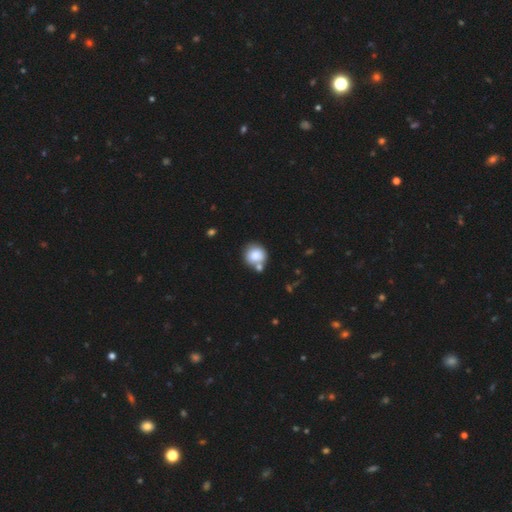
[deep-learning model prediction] smooth_or_featured: smooth (p=0.83) [alt: star or artifact p=0.09]
how_rounded: round (p=0.87) [alt: in between p=0.12]
merging: none (p=0.58) [alt: merger p=0.25]